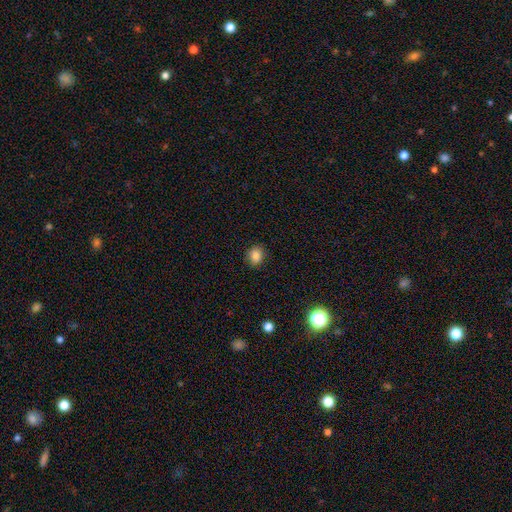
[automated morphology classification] Smooth or featured? Predicted: smooth (p=0.84). How rounded? Predicted: round (p=0.64). Merging? Predicted: none (p=0.86).